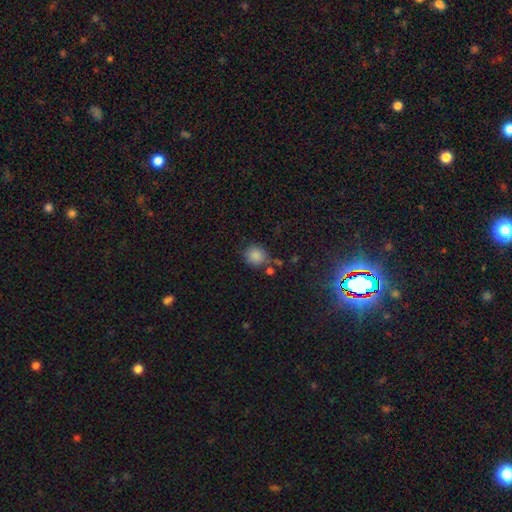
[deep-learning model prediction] Smooth or featured: smooth — 85% (star or artifact — 10%)
How rounded: round — 84% (in between — 15%)
Merging: none — 70% (minor disturbance — 15%)